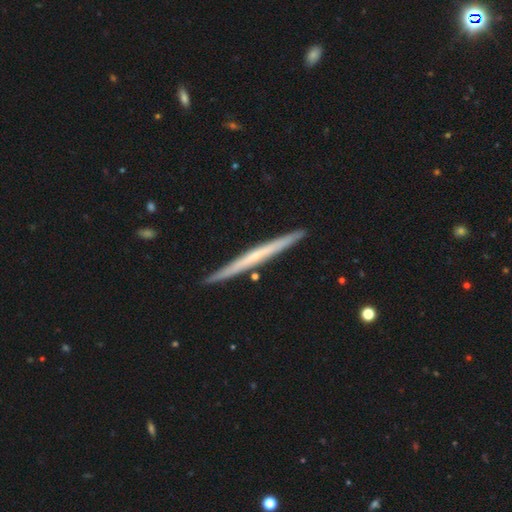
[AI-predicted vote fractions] Smooth or featured: featured or disk — 56% (smooth — 38%)
Edge-on disk: yes — 97% (no — 3%)
Edge-on bulge: none — 84% (rounded — 12%)
Merging: none — 90% (minor disturbance — 7%)